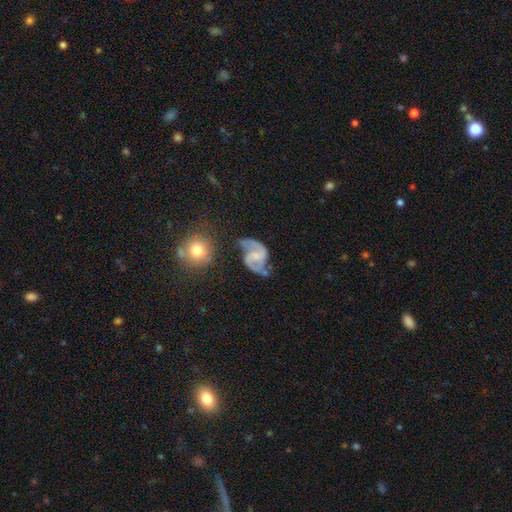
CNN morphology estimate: Smooth or featured? Predicted: featured or disk (p=0.85). Edge-on disk? Predicted: no (p=0.98). Bar? Predicted: weak (p=0.49). Spiral arms? Predicted: yes (p=0.95). Spiral winding? Predicted: medium (p=0.51). Spiral arm count? Predicted: 2 (p=0.91). Bulge size? Predicted: small (p=0.35). Merging? Predicted: none (p=0.54).